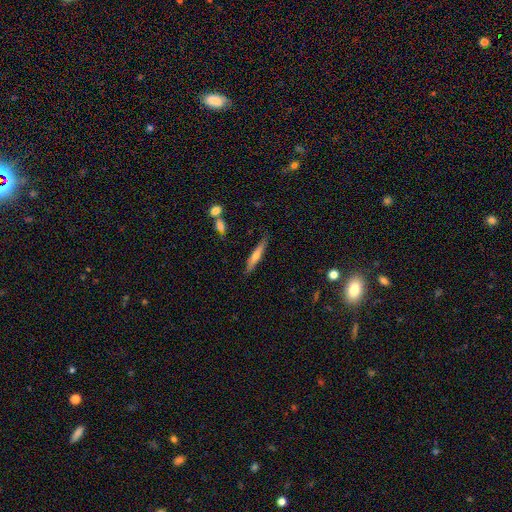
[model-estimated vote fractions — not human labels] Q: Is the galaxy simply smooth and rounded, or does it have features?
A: smooth — 49%.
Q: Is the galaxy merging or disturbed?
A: none — 83%.